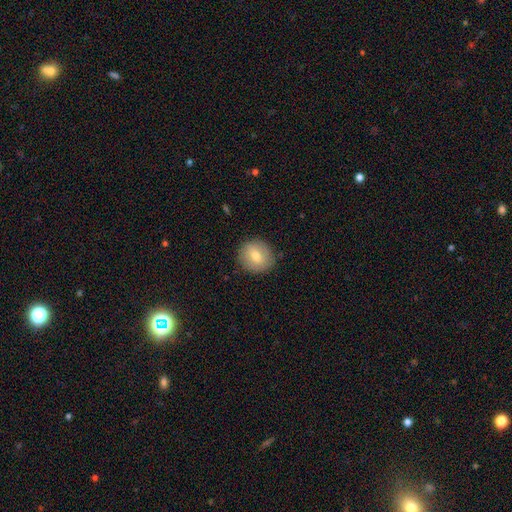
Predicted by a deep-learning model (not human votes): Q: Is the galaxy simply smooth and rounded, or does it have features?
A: smooth — 70%.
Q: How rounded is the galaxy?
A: round — 87%.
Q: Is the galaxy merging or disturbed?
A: none — 87%.